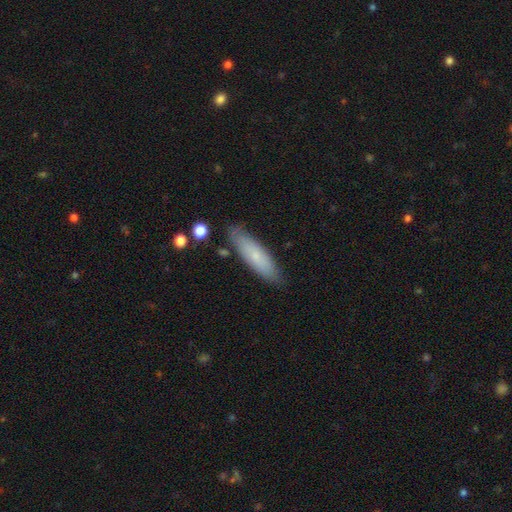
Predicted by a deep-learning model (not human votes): Smooth or featured?
  - smooth: 69% *
  - featured or disk: 25%
  - star or artifact: 7%
How rounded?
  - cigar-shaped: 63% *
  - in between: 35%
  - round: 2%
Merging?
  - none: 81% *
  - minor disturbance: 14%
  - major disturbance: 3%
  - merger: 2%